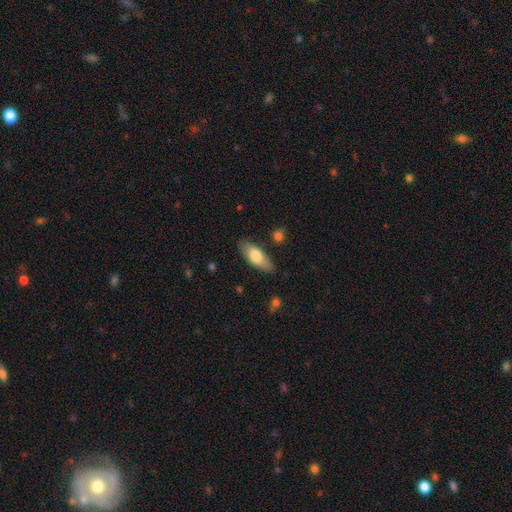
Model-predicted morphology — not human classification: Smooth or featured? smooth (76%)
How rounded? in between (77%)
Merging? none (82%)